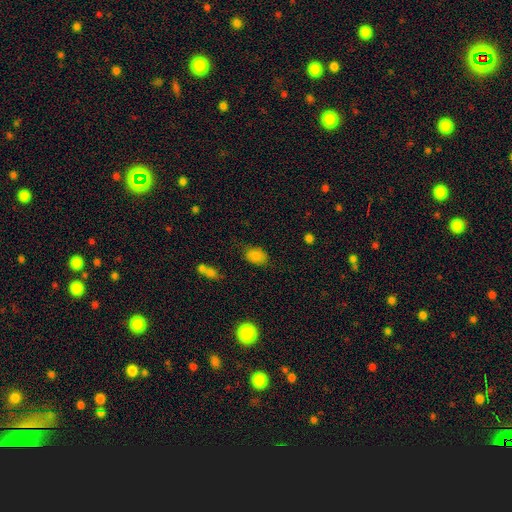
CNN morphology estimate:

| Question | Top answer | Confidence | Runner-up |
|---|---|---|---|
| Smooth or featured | smooth | 82% | star or artifact (12%) |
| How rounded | in between | 81% | round (17%) |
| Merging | none | 72% | minor disturbance (20%) |